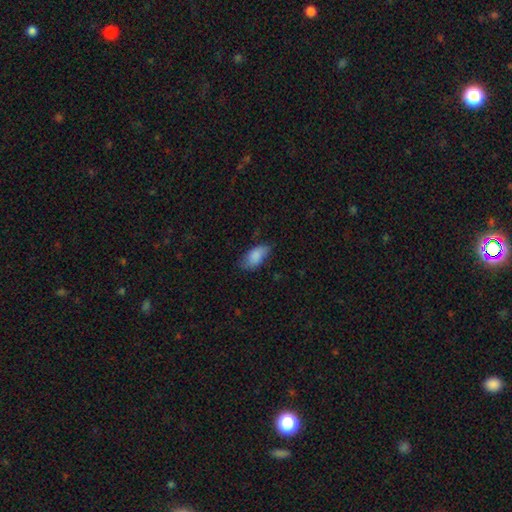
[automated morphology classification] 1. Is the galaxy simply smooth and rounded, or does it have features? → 86% smooth, 8% featured or disk, 7% star or artifact.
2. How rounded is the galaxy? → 91% in between, 5% cigar-shaped, 3% round.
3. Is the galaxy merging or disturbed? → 67% none, 26% minor disturbance, 6% major disturbance, 1% merger.